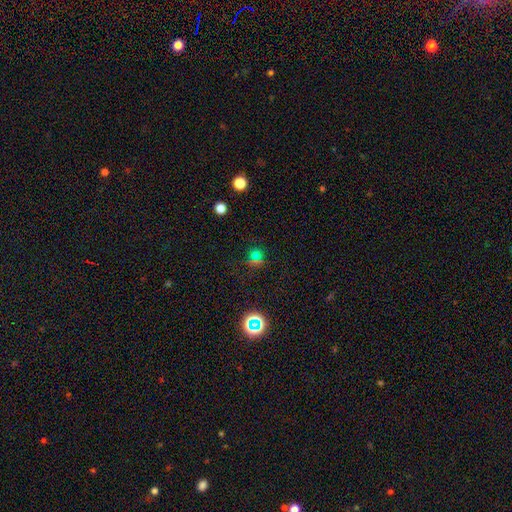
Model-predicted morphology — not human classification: Smooth or featured? Predicted: smooth (p=0.53). How rounded? Predicted: round (p=0.89). Merging? Predicted: none (p=0.71).